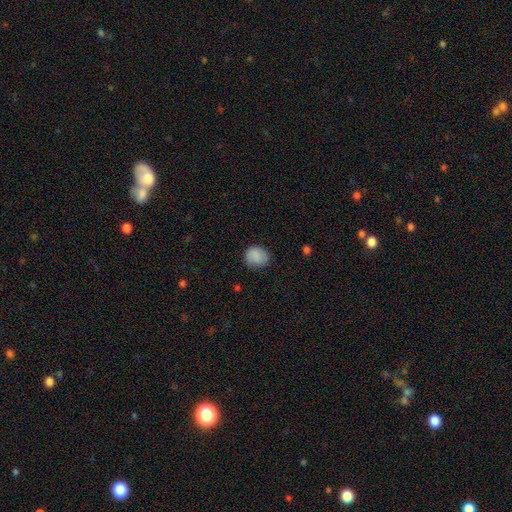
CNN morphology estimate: Overall: smooth (86%). How rounded: round (76%). Merging: none (78%).